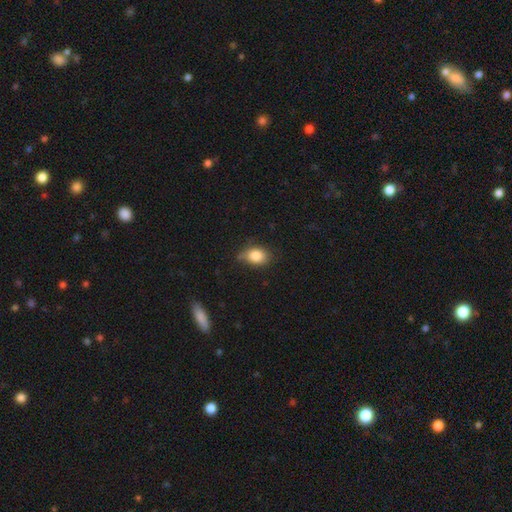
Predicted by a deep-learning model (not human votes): The model was most divided on "merging": none: 64%, minor disturbance: 28%, major disturbance: 5%, merger: 2%. More confident: smooth or featured — smooth (83%); how rounded — in between (68%).